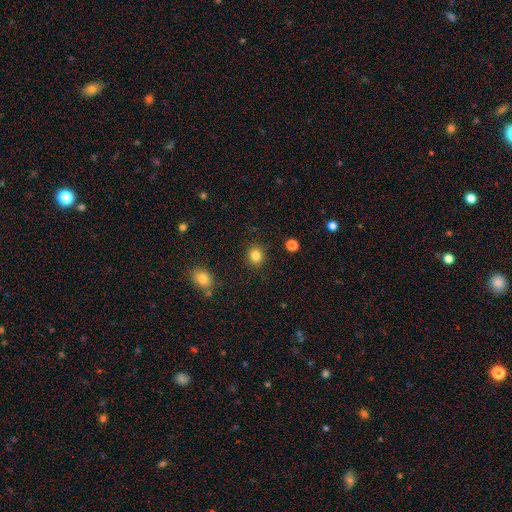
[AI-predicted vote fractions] Smooth or featured: smooth — 84% (star or artifact — 11%)
How rounded: round — 85% (in between — 14%)
Merging: none — 89% (minor disturbance — 7%)